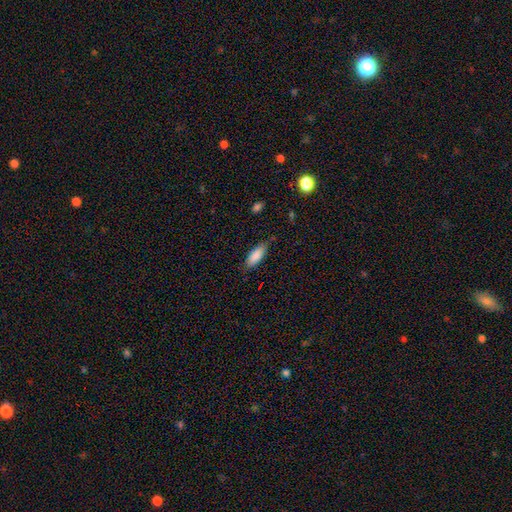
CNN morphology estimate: smooth_or_featured: smooth (p=0.87) [alt: star or artifact p=0.06]
how_rounded: in between (p=0.76) [alt: cigar-shaped p=0.22]
merging: none (p=0.79) [alt: minor disturbance p=0.17]